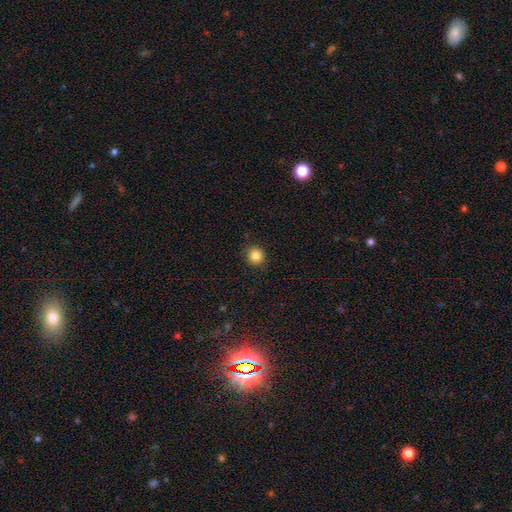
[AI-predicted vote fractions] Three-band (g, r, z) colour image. It shows a smooth galaxy with no disk features (85%) that is round (90%). Merging: none (88%).